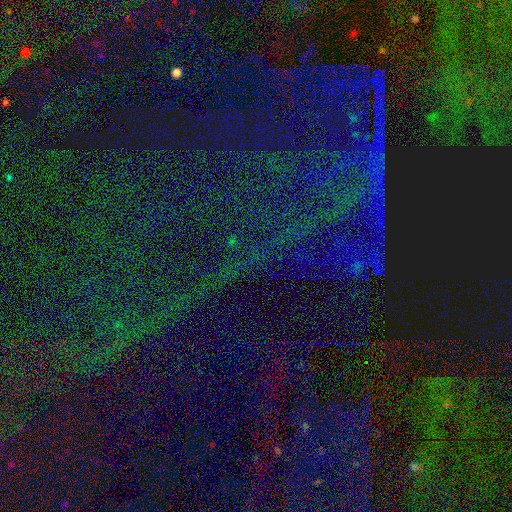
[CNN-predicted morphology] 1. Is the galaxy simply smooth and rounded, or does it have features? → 83% star or artifact, 9% featured or disk, 8% smooth.